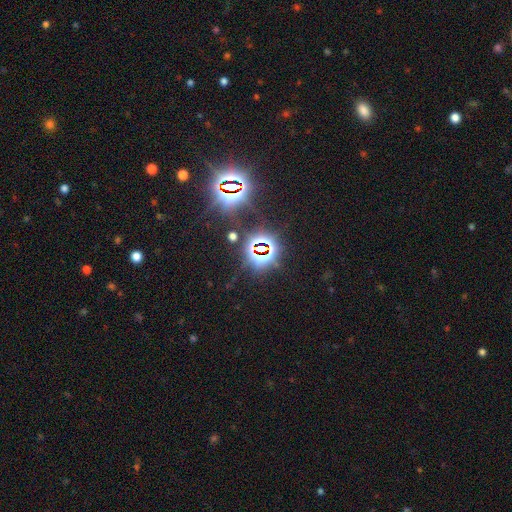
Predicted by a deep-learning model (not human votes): This appears to be a star or artifact, not a galaxy (82%).